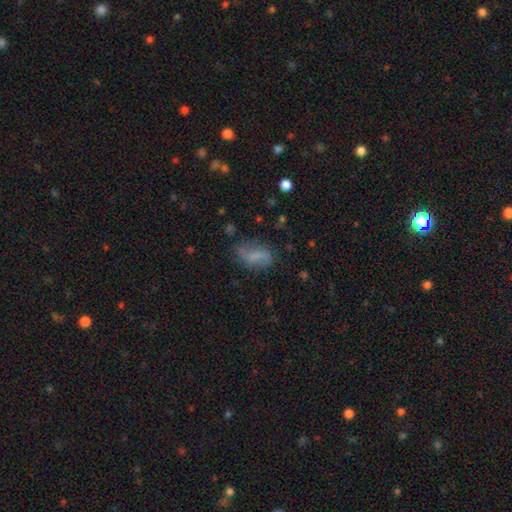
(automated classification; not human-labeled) A featured or disk galaxy (45%). Merging: none (66%).